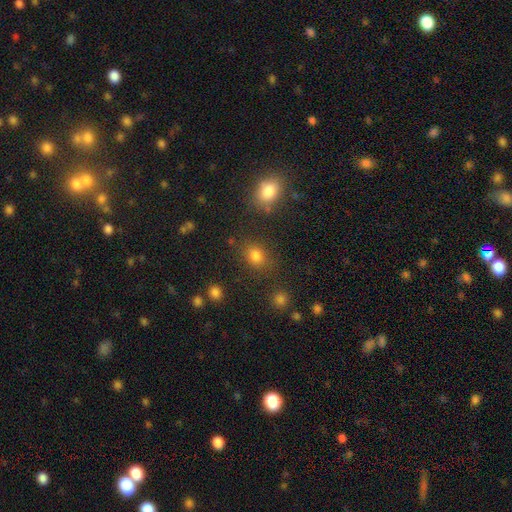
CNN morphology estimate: type=smooth (79%); roundness=in between (54%); merging=none (76%).